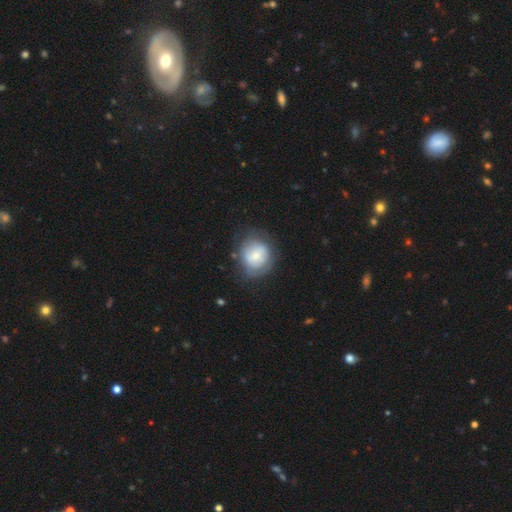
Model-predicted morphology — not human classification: smooth 55%, featured or disk 37%, star or artifact 8%. Down the decision tree: how rounded — round (74%); merging — none (65%).